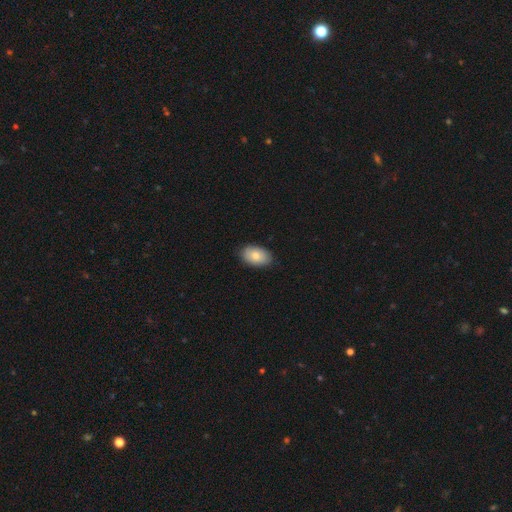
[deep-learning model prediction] smooth 81%, featured or disk 13%, star or artifact 7%. Down the decision tree: how rounded — in between (92%); merging — none (86%).